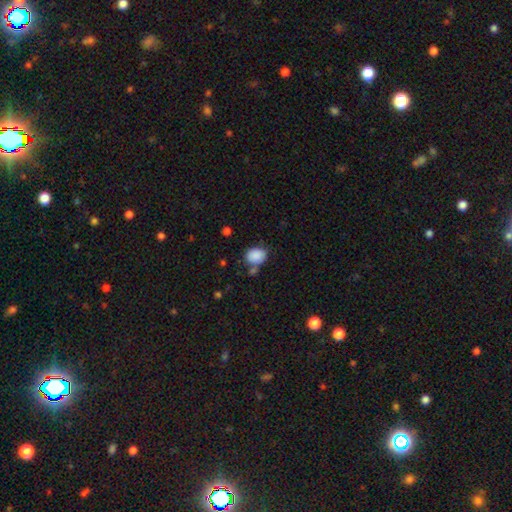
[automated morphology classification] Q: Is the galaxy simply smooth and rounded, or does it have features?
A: smooth — 87%.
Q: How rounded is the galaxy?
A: in between — 56%.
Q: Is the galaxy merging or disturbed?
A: none — 64%.